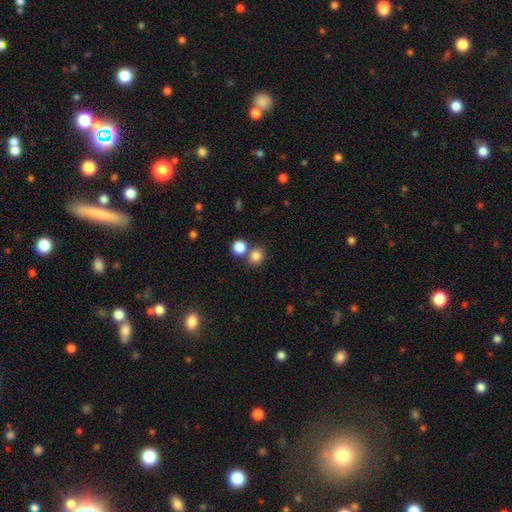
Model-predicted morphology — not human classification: Smooth or featured: smooth — 82% (star or artifact — 12%)
How rounded: round — 81% (in between — 18%)
Merging: none — 64% (merger — 25%)